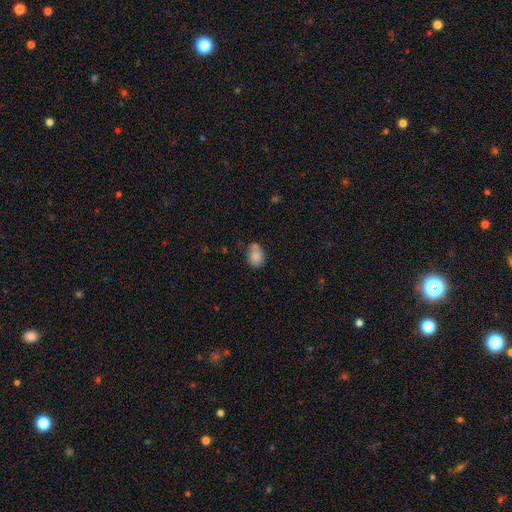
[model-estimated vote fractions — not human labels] This appears to be a smooth galaxy with no disk features (82%) that is in between round and cigar-shaped (67%). Merging: none (53%).